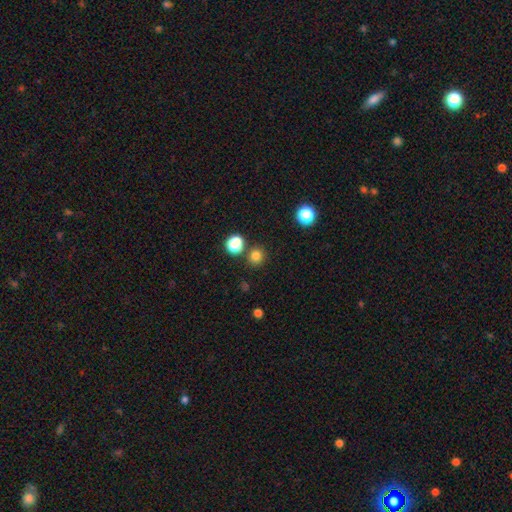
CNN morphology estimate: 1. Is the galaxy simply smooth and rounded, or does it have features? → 80% smooth, 15% star or artifact, 4% featured or disk.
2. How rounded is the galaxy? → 88% round, 11% in between, 1% cigar-shaped.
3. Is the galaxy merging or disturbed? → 76% none, 13% merger, 7% minor disturbance, 3% major disturbance.